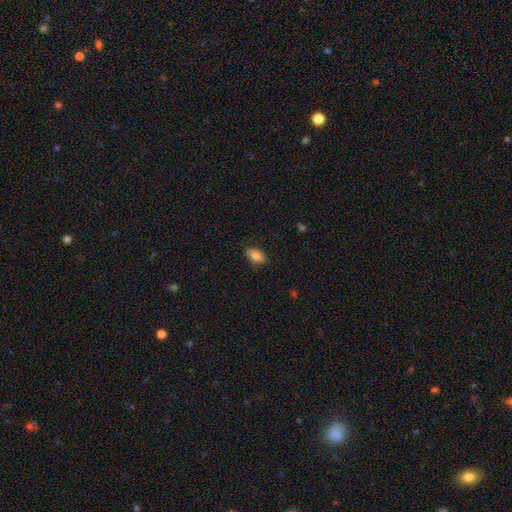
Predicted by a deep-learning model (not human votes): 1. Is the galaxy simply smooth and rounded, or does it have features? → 84% smooth, 8% star or artifact, 8% featured or disk.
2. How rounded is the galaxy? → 88% in between, 8% round, 4% cigar-shaped.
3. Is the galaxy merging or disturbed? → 80% none, 16% minor disturbance, 3% major disturbance, 1% merger.